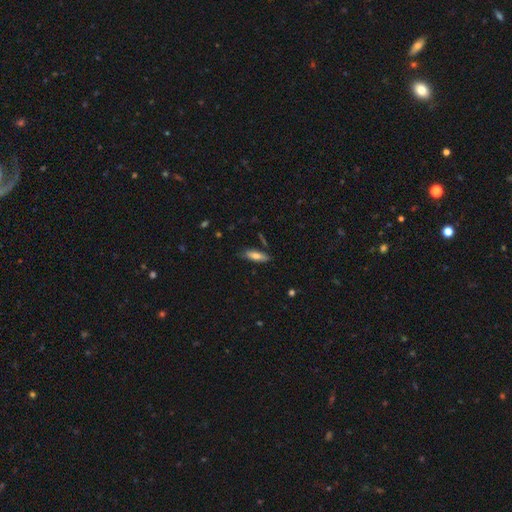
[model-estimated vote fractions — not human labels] Overall: smooth (71%). How rounded: cigar-shaped (52%; in between 46%). Merging: none (79%).